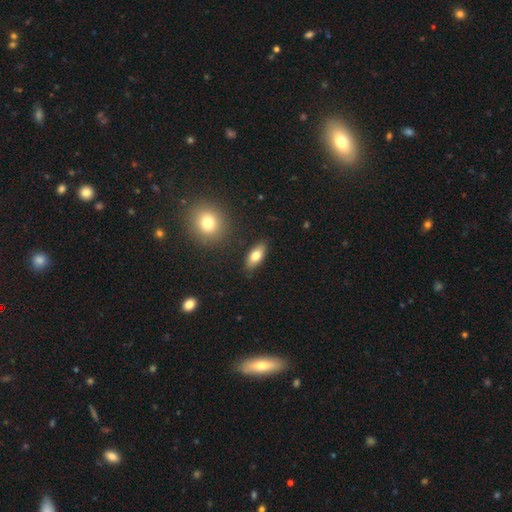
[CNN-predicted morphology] type=smooth (77%); roundness=in between (86%); merging=none (85%).